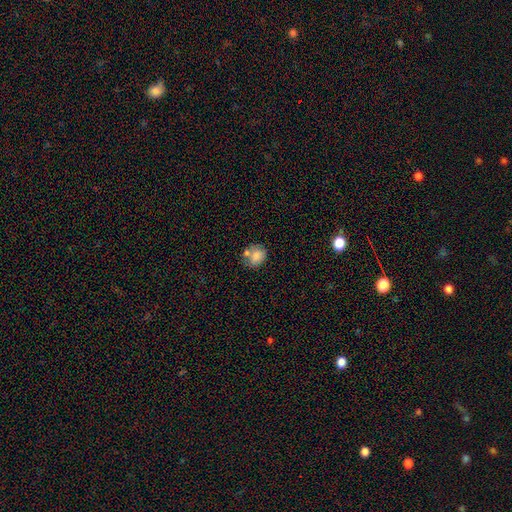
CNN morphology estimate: The model was most divided on "how rounded": round: 57%, in between: 42%, cigar-shaped: 1%. Remaining: smooth or featured — smooth (77%); merging — none (49%).